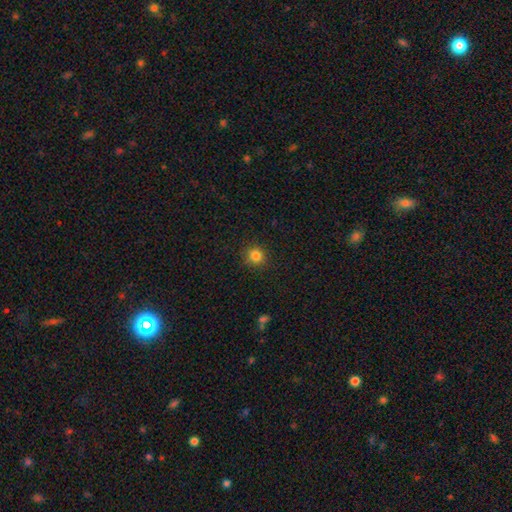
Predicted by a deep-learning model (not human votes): Overall: smooth (83%). How rounded: round (91%). Merging: none (90%).